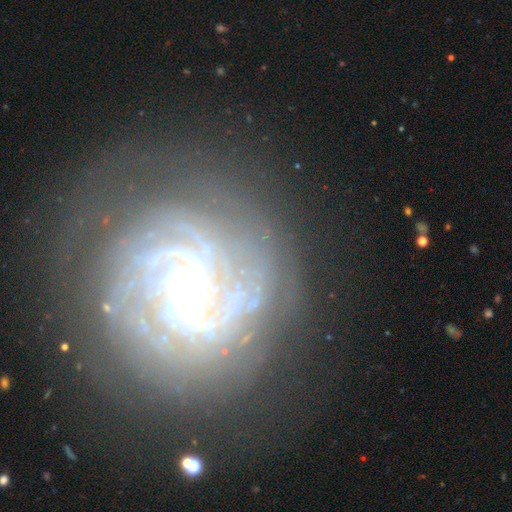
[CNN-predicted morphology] Smooth or featured: featured or disk — 83% (star or artifact — 10%)
Edge-on disk: no — 96% (yes — 4%)
Bar: no — 55% (weak — 28%)
Spiral arms: yes — 95% (no — 5%)
Spiral winding: tight — 74% (medium — 21%)
Spiral arm count: can't tell — 28% (more than 4 — 20%)
Bulge size: moderate — 61% (small — 17%)
Merging: none — 76% (minor disturbance — 14%)